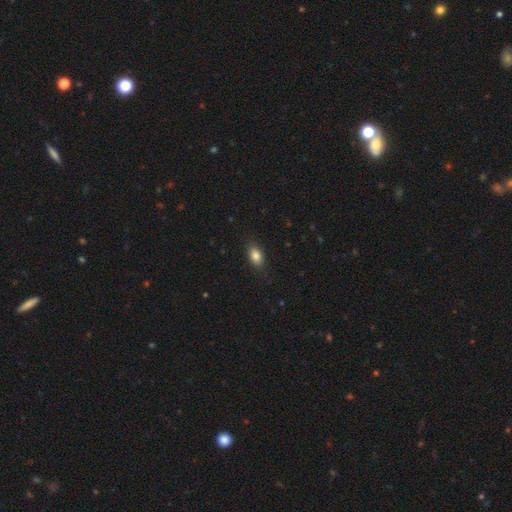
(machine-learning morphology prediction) This is clearly a smooth galaxy (85%). How rounded: clearly in between (83%). Merging: clearly none (84%).